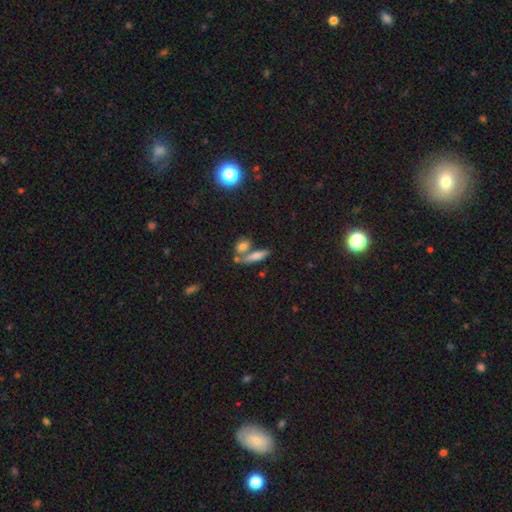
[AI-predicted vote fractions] The model was most divided on "how rounded": cigar-shaped: 56%, in between: 39%, round: 4%. More confident: smooth or featured — smooth (70%); merging — none (52%).